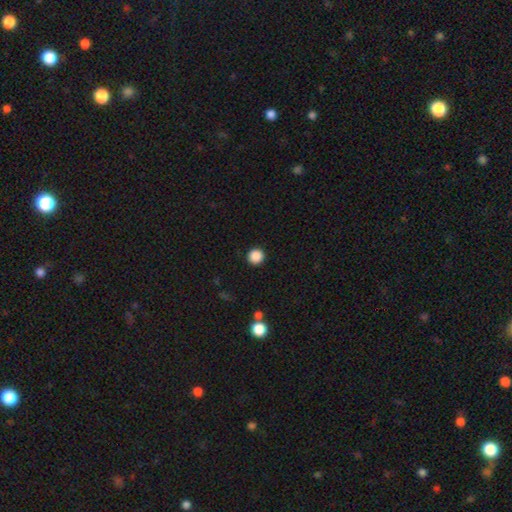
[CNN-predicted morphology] This appears to be a smooth galaxy with no disk features (88%) that is round (95%). Merging: none (93%).